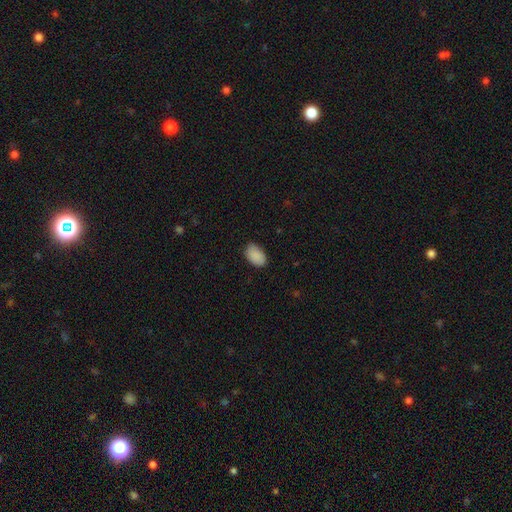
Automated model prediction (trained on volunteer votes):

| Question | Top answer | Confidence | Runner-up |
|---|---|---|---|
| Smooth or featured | smooth | 89% | star or artifact (7%) |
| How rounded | in between | 90% | round (8%) |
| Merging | none | 80% | minor disturbance (16%) |